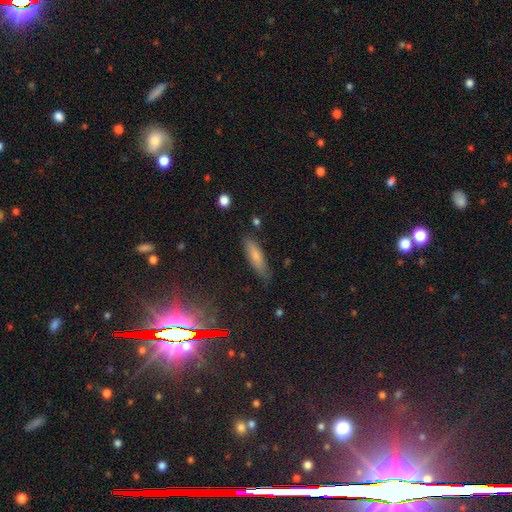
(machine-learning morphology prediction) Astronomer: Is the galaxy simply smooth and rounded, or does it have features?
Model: smooth — 74%.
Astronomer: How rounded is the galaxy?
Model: cigar-shaped — 61% (runner-up: in between, 37%).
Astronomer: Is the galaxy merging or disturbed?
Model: none — 80%.